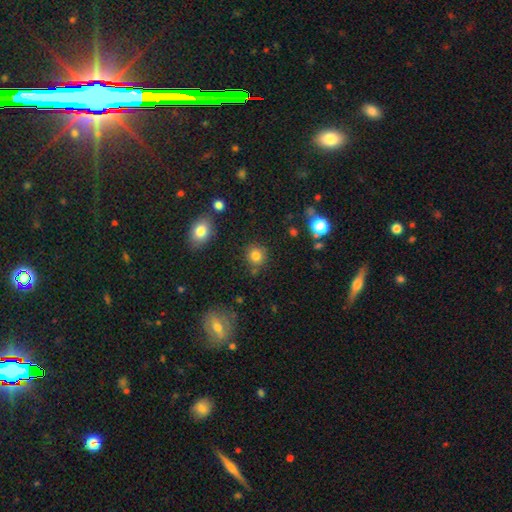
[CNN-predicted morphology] Overall: smooth (82%). How rounded: round (86%). Merging: none (81%).